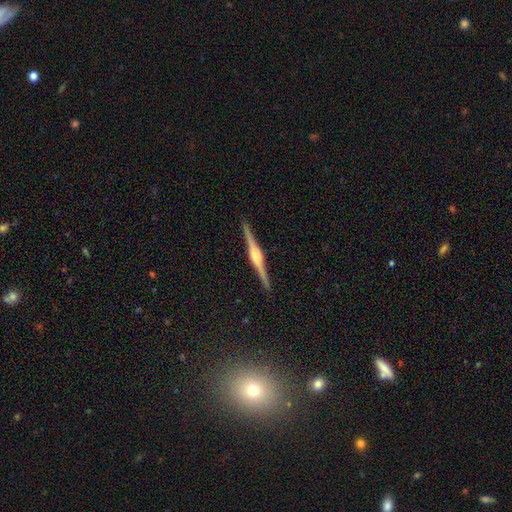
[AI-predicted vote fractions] This appears to be a featured or disk galaxy (85%) viewed edge-on (99%) with a rounded central bulge (66%). Merging: none (92%).